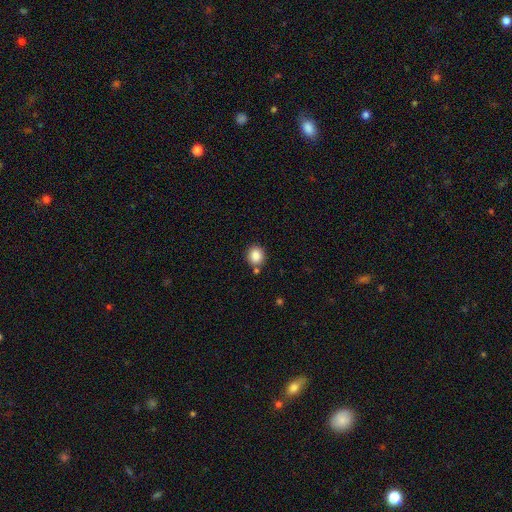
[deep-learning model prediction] This is clearly a smooth galaxy (86%). How rounded: clearly round (81%). Merging: clearly none (80%).